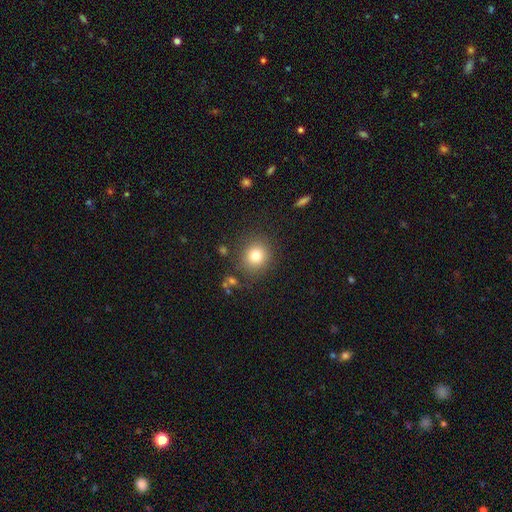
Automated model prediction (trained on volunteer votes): A smooth galaxy with no disk features (80%) that is round (84%). Merging: none (85%).